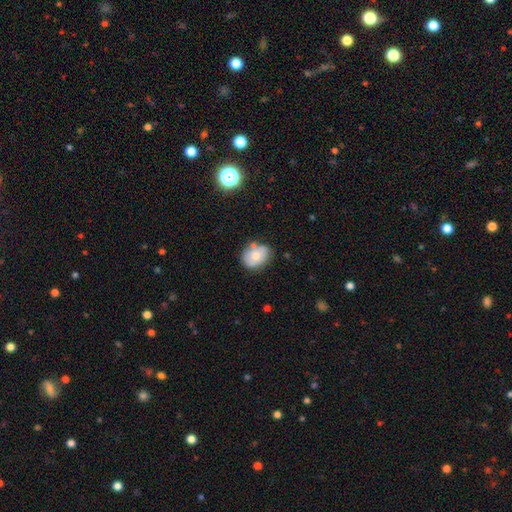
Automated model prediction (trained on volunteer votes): The model was most divided on "how rounded": in between: 58%, round: 41%, cigar-shaped: 1%. More confident: smooth or featured — smooth (71%); merging — none (66%).